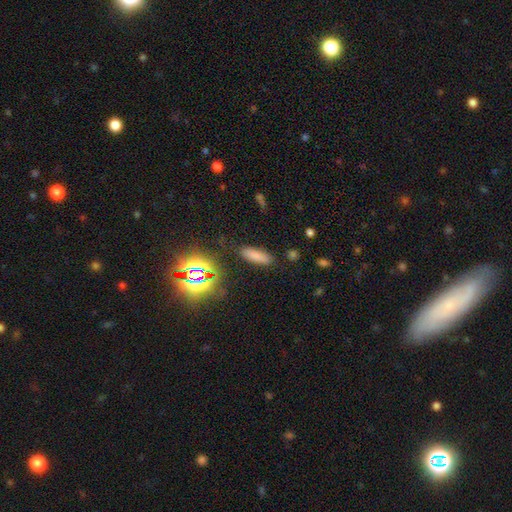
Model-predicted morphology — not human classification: Smooth or featured: smooth — 74% (star or artifact — 17%)
How rounded: in between — 52% (cigar-shaped — 45%)
Merging: none — 86% (minor disturbance — 9%)